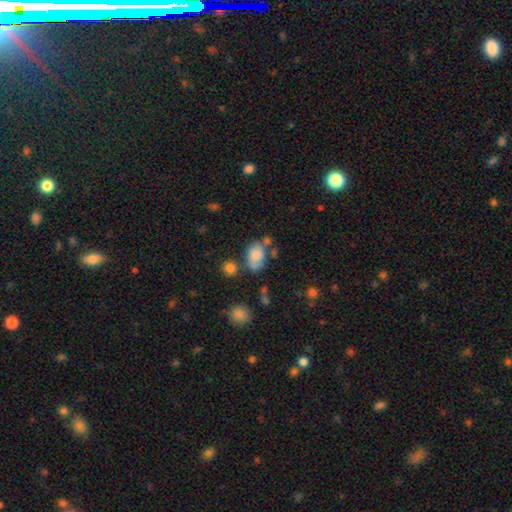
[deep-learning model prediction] This appears to be a smooth galaxy with no disk features (79%) that is in between round and cigar-shaped (84%). Merging: none (48%).